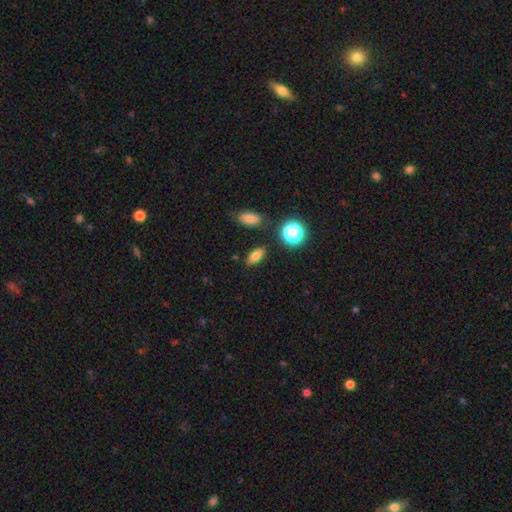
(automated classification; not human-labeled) Smooth or featured? Predicted: smooth (p=0.78). How rounded? Predicted: in between (p=0.82). Merging? Predicted: none (p=0.85).